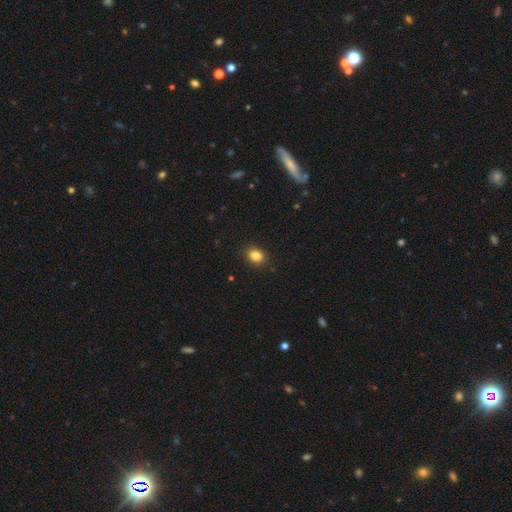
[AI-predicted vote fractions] A smooth galaxy with no disk features (84%) that is round (51%). Merging: none (90%).